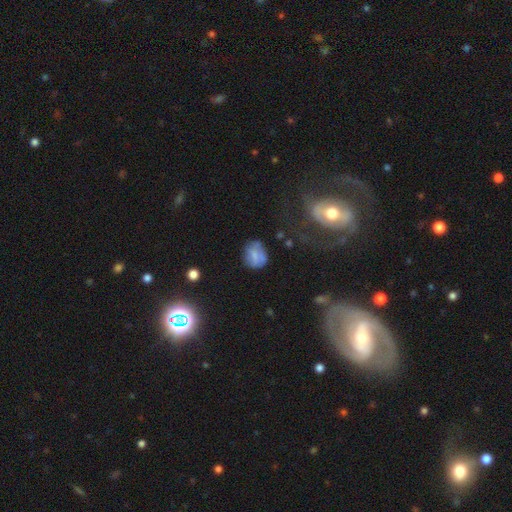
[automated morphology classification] smooth 62%, featured or disk 26%, star or artifact 12%. Down the decision tree: how rounded — round (62%); merging — none (60%).